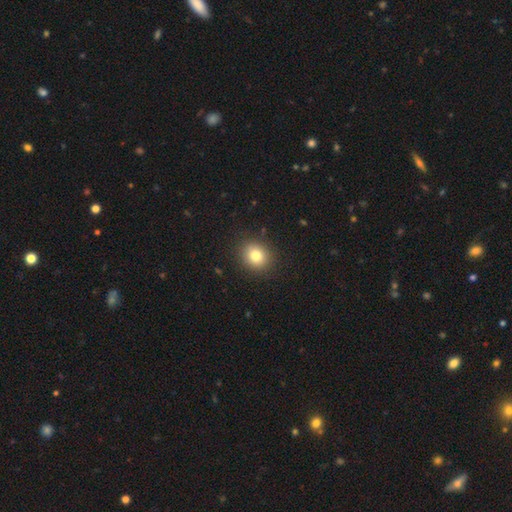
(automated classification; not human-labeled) The model was most divided on "how rounded": round: 76%, in between: 23%, cigar-shaped: 1%. More confident: merging — none (89%); smooth or featured — smooth (80%).